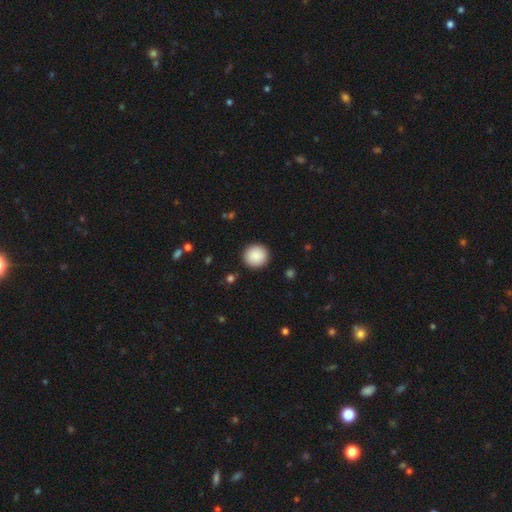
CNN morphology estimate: A smooth galaxy with no disk features (89%) that is round (94%).

Vote fractions:
- Smooth or featured? smooth: 89% / star or artifact: 8% / featured or disk: 3%
- How rounded? round: 94% / in between: 5% / cigar-shaped: 1%
- Merging? none: 92% / minor disturbance: 5% / major disturbance: 2% / merger: 1%